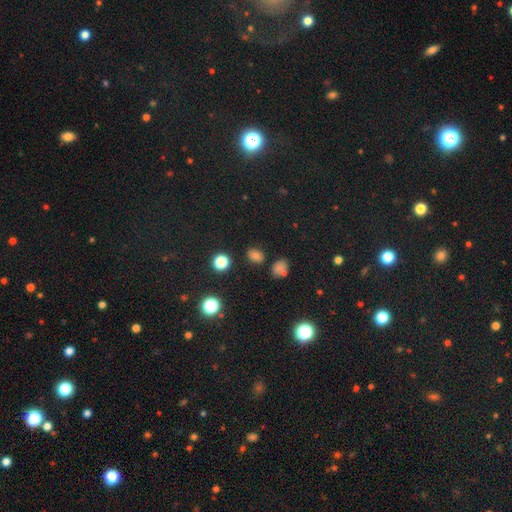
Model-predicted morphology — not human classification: smooth-or-featured: smooth: 64% | star or artifact: 29% | featured or disk: 7%
  how-rounded: in between: 51% | round: 47% | cigar-shaped: 2%
  merging: none: 77% | minor disturbance: 12% | merger: 7% | major disturbance: 4%